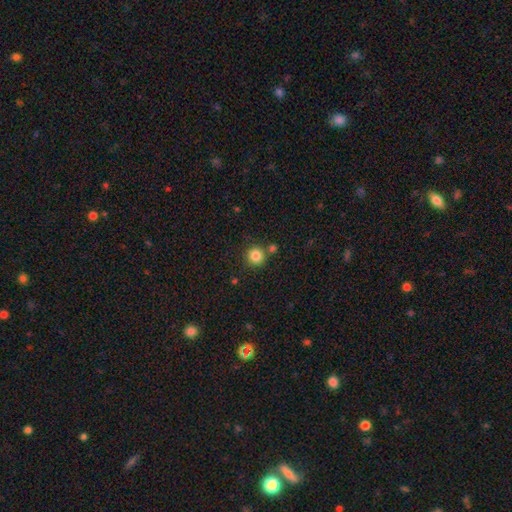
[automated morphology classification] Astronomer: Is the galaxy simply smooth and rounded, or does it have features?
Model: smooth — 85%.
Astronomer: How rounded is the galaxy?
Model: round — 94%.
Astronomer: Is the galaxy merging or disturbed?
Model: none — 80%.